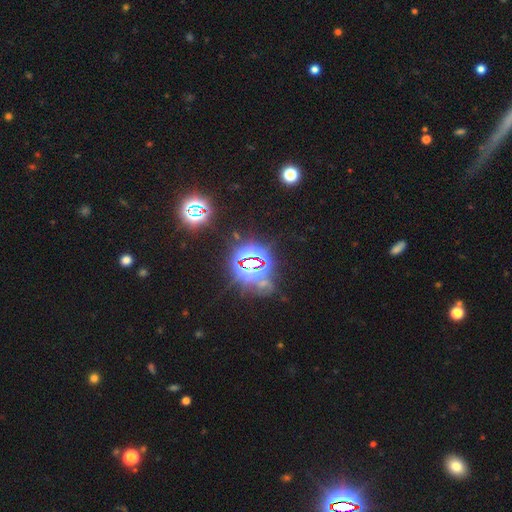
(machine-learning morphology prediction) Smooth or featured? star or artifact (81%)